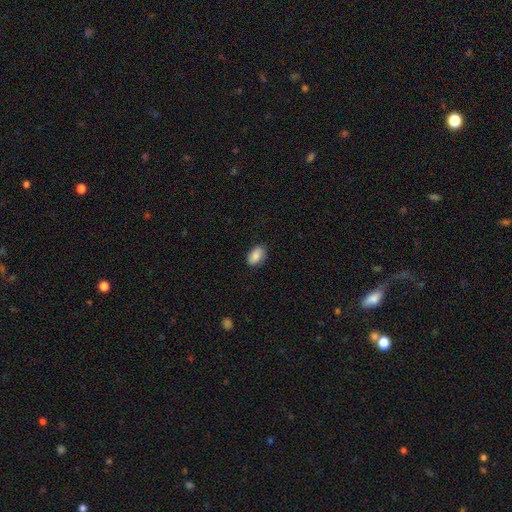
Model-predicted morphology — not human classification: A smooth galaxy with no disk features (86%) that is in between round and cigar-shaped (91%).

Vote fractions:
- Smooth or featured? smooth: 86% / featured or disk: 7% / star or artifact: 7%
- How rounded? in between: 91% / round: 7% / cigar-shaped: 1%
- Merging? none: 85% / minor disturbance: 12% / major disturbance: 2% / merger: 1%